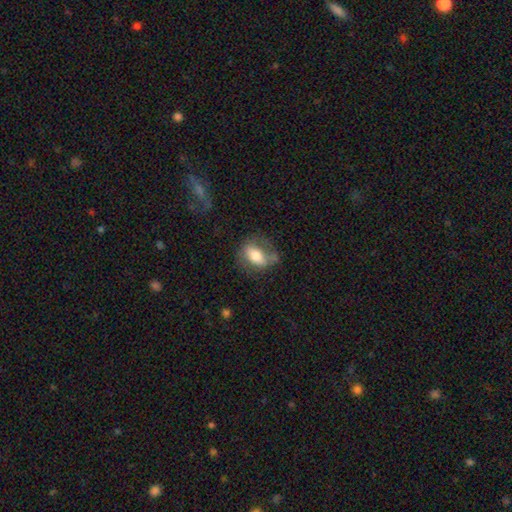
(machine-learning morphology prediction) A smooth galaxy with no disk features (61%) that is in between round and cigar-shaped (80%).

Vote fractions:
- Smooth or featured? smooth: 61% / featured or disk: 32% / star or artifact: 8%
- How rounded? in between: 80% / round: 16% / cigar-shaped: 5%
- Merging? none: 53% / minor disturbance: 26% / major disturbance: 17% / merger: 3%